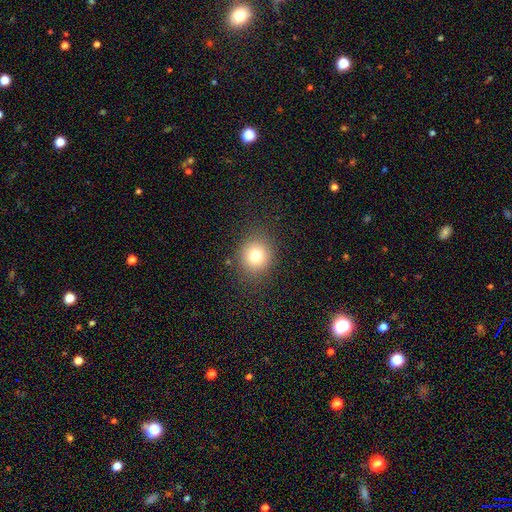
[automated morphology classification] Smooth or featured: smooth — 77% (star or artifact — 13%)
How rounded: round — 85% (in between — 15%)
Merging: none — 86% (minor disturbance — 9%)